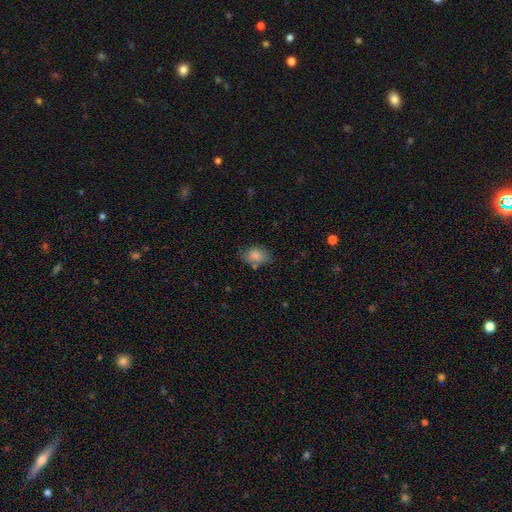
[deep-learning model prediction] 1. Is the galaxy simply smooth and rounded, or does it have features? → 83% smooth, 9% star or artifact, 8% featured or disk.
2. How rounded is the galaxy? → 73% in between, 25% round, 1% cigar-shaped.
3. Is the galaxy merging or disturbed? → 64% none, 25% minor disturbance, 6% major disturbance, 5% merger.